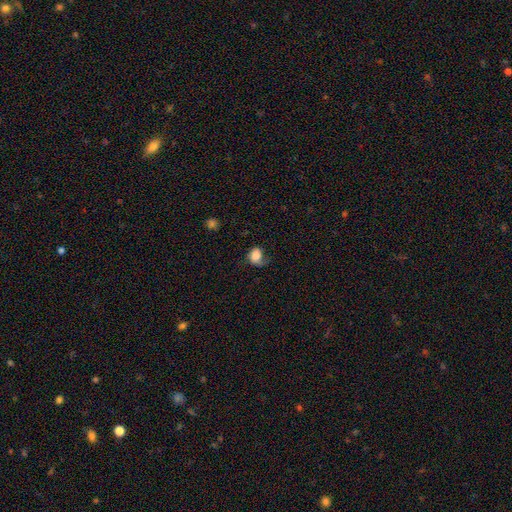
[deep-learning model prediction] Morphology: type=smooth (64%); roundness=round (53%); merging=none (39%).